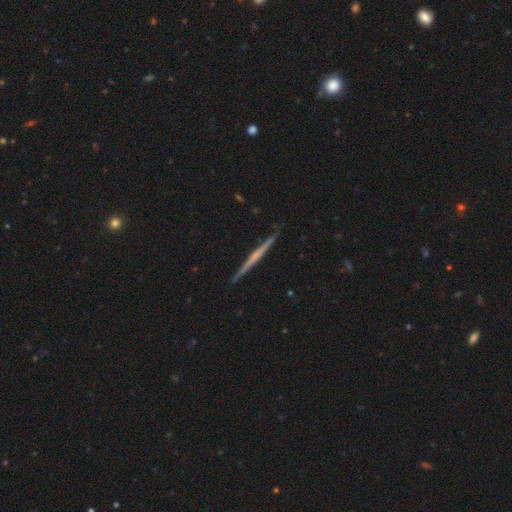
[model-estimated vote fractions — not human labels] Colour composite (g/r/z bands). It shows a featured or disk galaxy (67%) viewed edge-on (98%) with no central bulge (72%). Merging: none (91%).